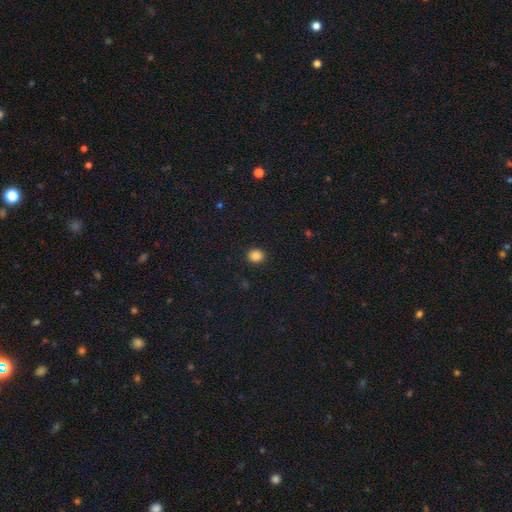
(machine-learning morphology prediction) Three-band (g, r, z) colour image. It shows a smooth galaxy with no disk features (86%) that is round (77%). Merging: none (92%).